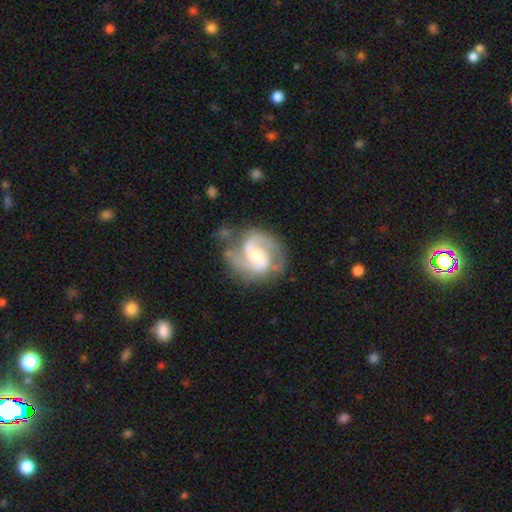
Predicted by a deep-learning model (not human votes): smooth_or_featured: featured or disk (p=0.90) [alt: smooth p=0.06]
disk_edge_on: no (p=0.98) [alt: yes p=0.02]
bar: no (p=0.47) [alt: weak p=0.42]
has_spiral_arms: yes (p=0.98) [alt: no p=0.02]
spiral_winding: medium (p=0.60) [alt: tight p=0.25]
spiral_arm_count: 2 (p=0.85) [alt: 3 p=0.07]
bulge_size: moderate (p=0.59) [alt: small p=0.35]
merging: none (p=0.70) [alt: minor disturbance p=0.19]